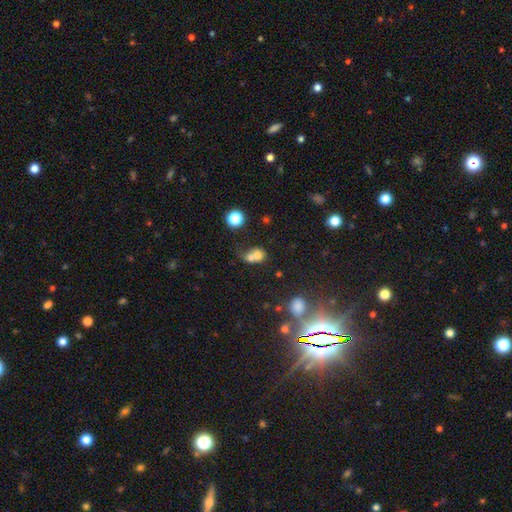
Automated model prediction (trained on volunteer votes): Smooth or featured? Predicted: smooth (p=0.69). How rounded? Predicted: round (p=0.66). Merging? Predicted: merger (p=0.63).